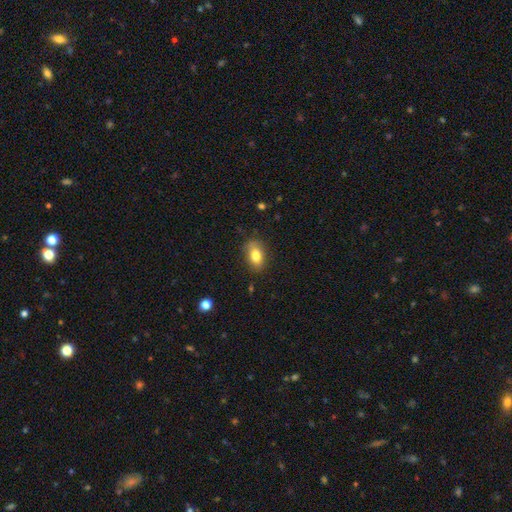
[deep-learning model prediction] smooth-or-featured: smooth: 80% | featured or disk: 11% | star or artifact: 8%
  how-rounded: in between: 85% | round: 12% | cigar-shaped: 3%
  merging: none: 79% | minor disturbance: 16% | major disturbance: 3% | merger: 1%